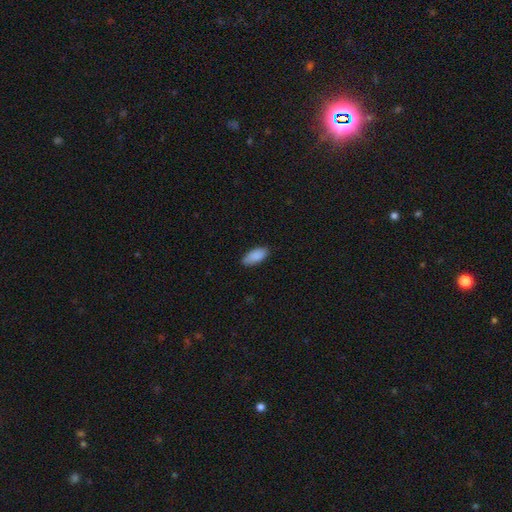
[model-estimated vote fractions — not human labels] Smooth or featured?
  - smooth: 89% *
  - star or artifact: 6%
  - featured or disk: 5%
How rounded?
  - in between: 88% *
  - cigar-shaped: 10%
  - round: 2%
Merging?
  - none: 84% *
  - minor disturbance: 13%
  - major disturbance: 2%
  - merger: 1%